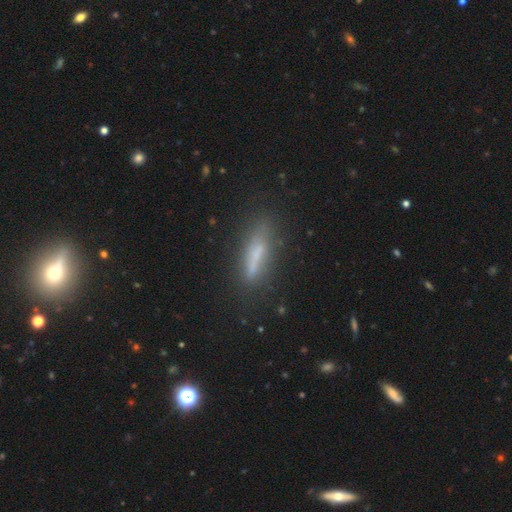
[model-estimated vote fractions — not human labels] A smooth galaxy with no disk features (53%) that is cigar-shaped (74%).

Vote fractions:
- Smooth or featured? smooth: 53% / featured or disk: 35% / star or artifact: 11%
- How rounded? cigar-shaped: 74% / in between: 23% / round: 2%
- Merging? none: 70% / minor disturbance: 19% / major disturbance: 7% / merger: 4%